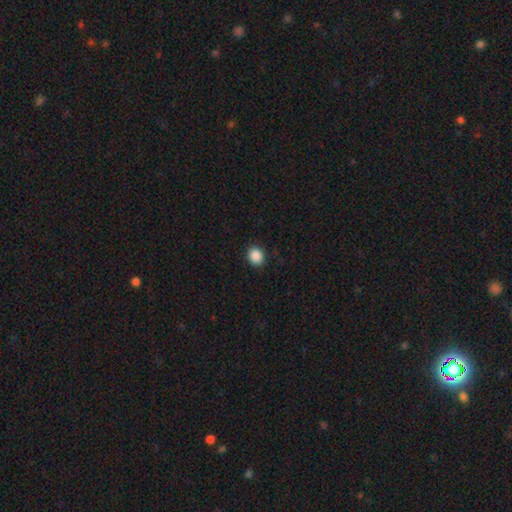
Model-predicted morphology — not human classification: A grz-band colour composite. It shows a smooth galaxy with no disk features (89%) that is round (67%). Merging: none (90%).